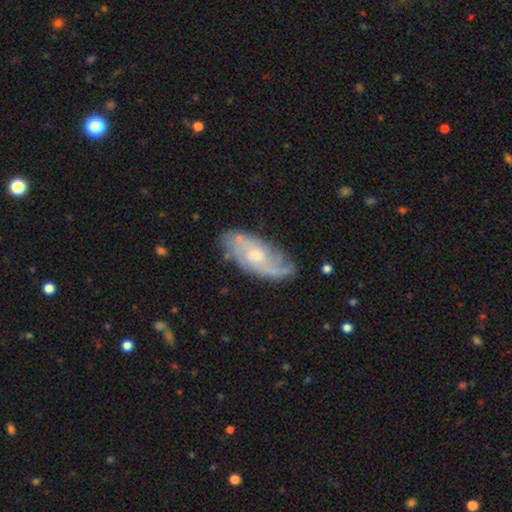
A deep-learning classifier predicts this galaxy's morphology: A featured or disk galaxy (78%) with no bar (62%), 2 (46%) medium (43%) spiral arms (91%) and a moderate central bulge (52%). Merging: none (69%).